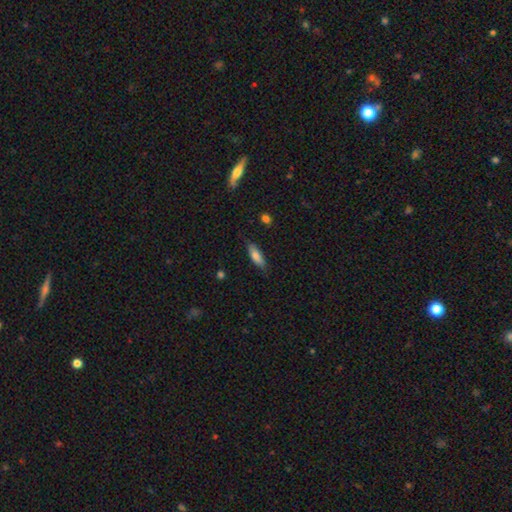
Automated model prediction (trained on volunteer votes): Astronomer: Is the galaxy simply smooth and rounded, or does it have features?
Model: smooth — 77%.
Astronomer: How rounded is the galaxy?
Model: in between — 54% (runner-up: cigar-shaped, 44%).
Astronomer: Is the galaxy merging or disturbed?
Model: none — 80%.